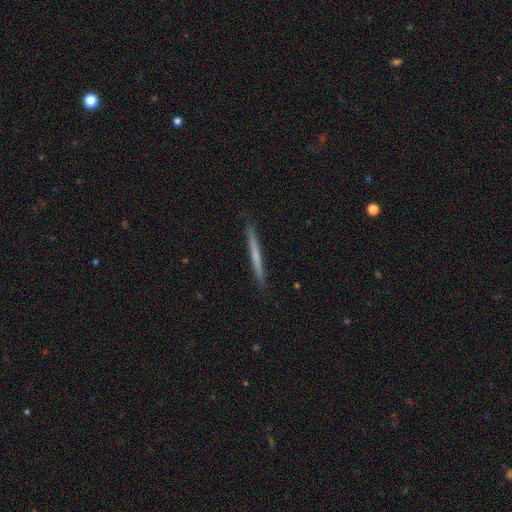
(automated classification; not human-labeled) Morphology: type=smooth (54%); roundness=cigar-shaped (97%); merging=none (91%).